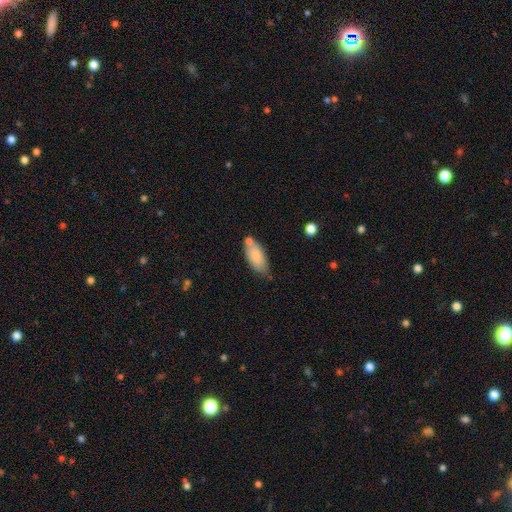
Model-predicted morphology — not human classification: smooth-or-featured: smooth: 84% | featured or disk: 9% | star or artifact: 6%
  how-rounded: in between: 82% | cigar-shaped: 16% | round: 2%
  merging: none: 59% | minor disturbance: 23% | merger: 13% | major disturbance: 5%